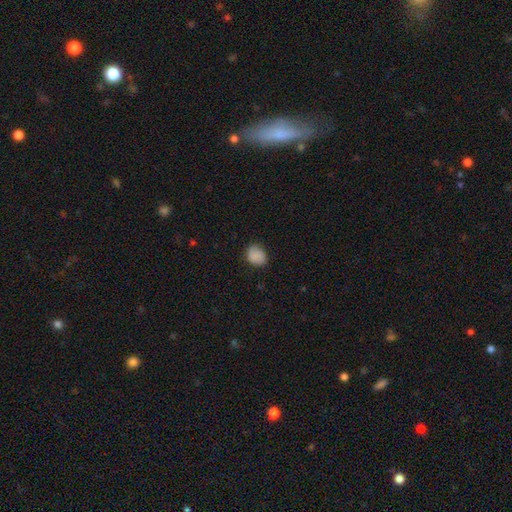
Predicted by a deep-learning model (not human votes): Morphology: type=smooth (83%); roundness=round (50%); merging=none (72%).